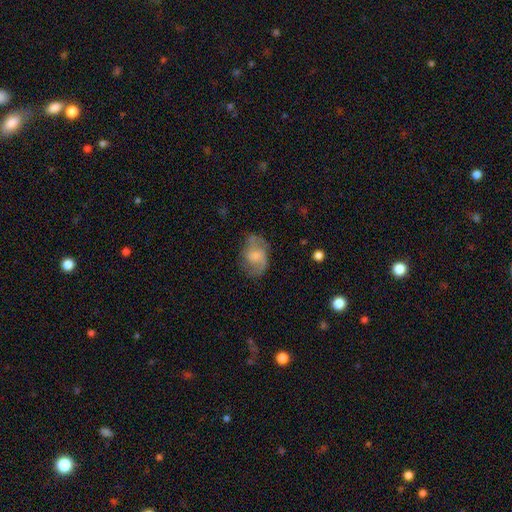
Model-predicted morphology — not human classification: A featured or disk galaxy (49%). Merging: none (60%).